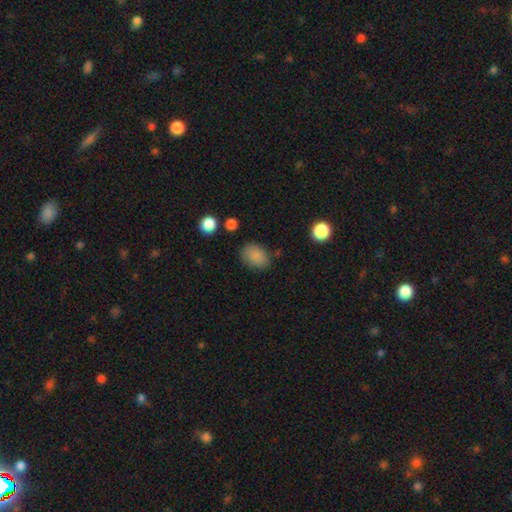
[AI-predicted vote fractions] Morphology: type=smooth (85%); roundness=in between (74%); merging=none (76%).